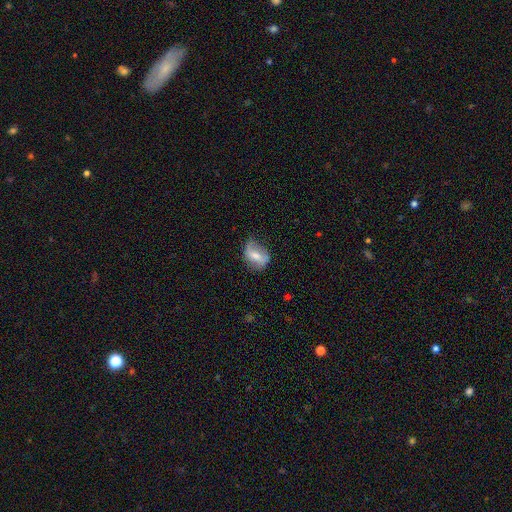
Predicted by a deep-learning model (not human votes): Smooth or featured?
  - featured or disk: 53% *
  - smooth: 40%
  - star or artifact: 7%
Edge-on disk?
  - no: 93% *
  - yes: 7%
Merging?
  - none: 56% *
  - minor disturbance: 30%
  - major disturbance: 12%
  - merger: 2%